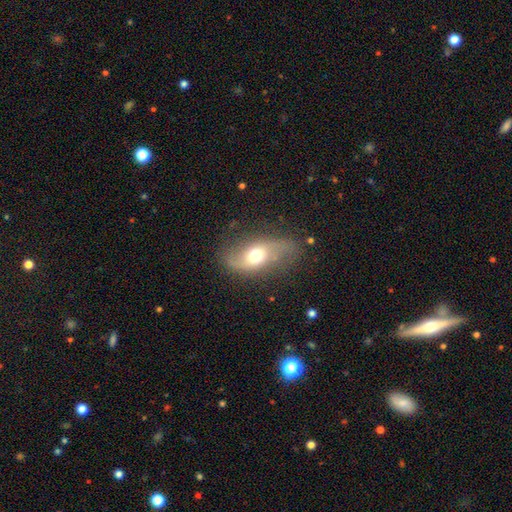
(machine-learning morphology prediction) smooth_or_featured: featured or disk (p=0.62) [alt: smooth p=0.30]
disk_edge_on: no (p=0.90) [alt: yes p=0.10]
bar: no (p=0.65) [alt: weak p=0.26]
has_spiral_arms: yes (p=0.83) [alt: no p=0.17]
bulge_size: moderate (p=0.67) [alt: large p=0.18]
merging: none (p=0.65) [alt: minor disturbance p=0.22]